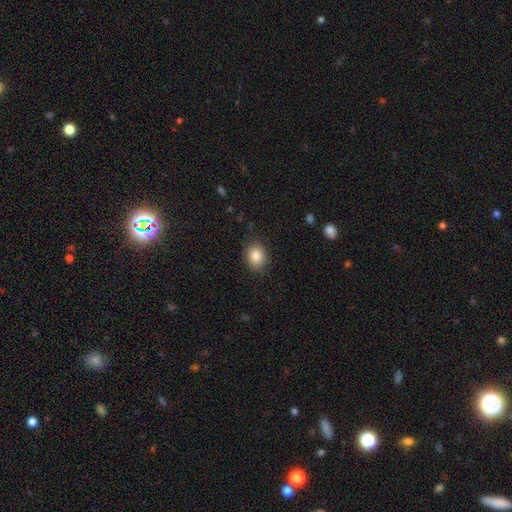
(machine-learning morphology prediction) Smooth or featured: smooth — 86% (star or artifact — 9%)
How rounded: round — 55% (in between — 44%)
Merging: none — 85% (minor disturbance — 11%)